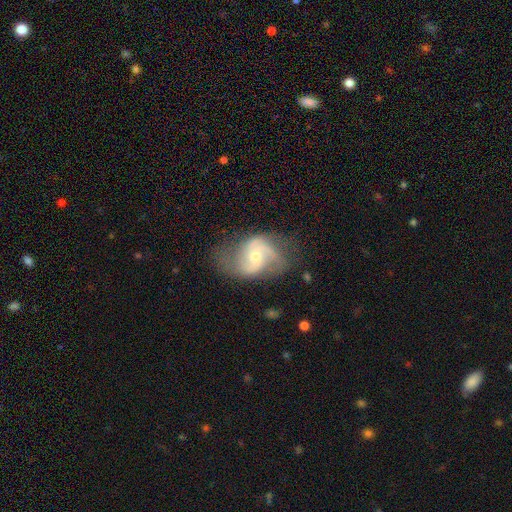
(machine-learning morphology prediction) The model was most divided on "spiral winding": medium: 45%, loose: 41%, tight: 13%. Remaining: edge-on disk — no (97%); spiral arms — yes (95%); smooth or featured — featured or disk (82%); spiral arm count — 2 (79%); merging — none (55%); bulge size — small (52%); bar — no (48%).